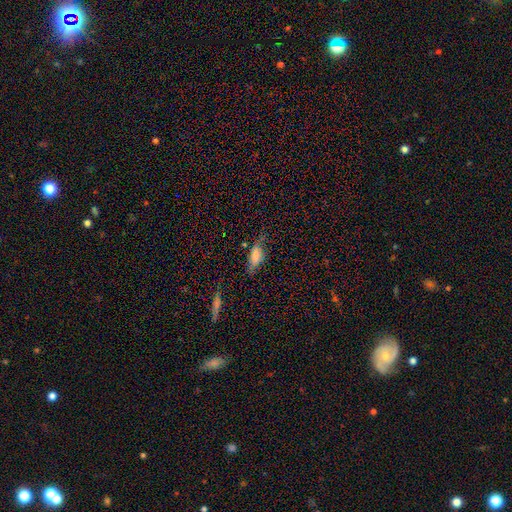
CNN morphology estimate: A smooth galaxy with no disk features (63%) that is in between round and cigar-shaped (77%). Merging: none (57%).